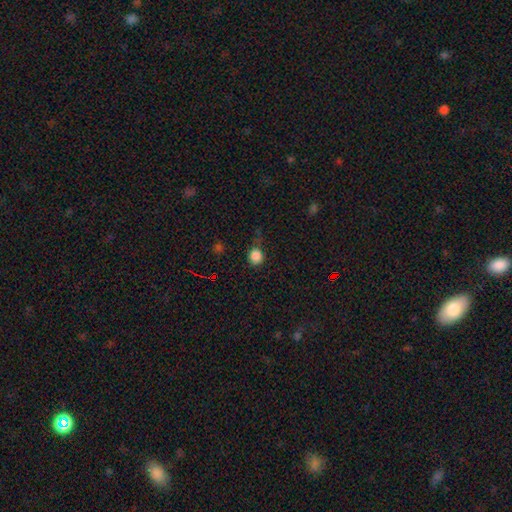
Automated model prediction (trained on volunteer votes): This appears to be a smooth galaxy with no disk features (81%) that is round (81%). Merging: none (62%).